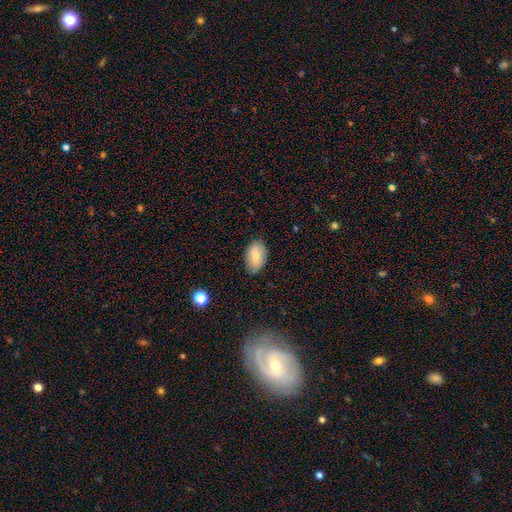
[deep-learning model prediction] Smooth or featured? Predicted: smooth (p=0.73). How rounded? Predicted: in between (p=0.92). Merging? Predicted: none (p=0.82).